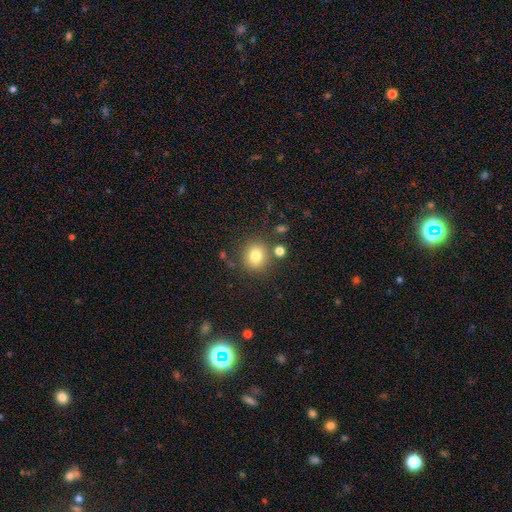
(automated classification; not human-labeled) This is likely a smooth galaxy (79%). How rounded: clearly round (85%). Merging: likely none (77%).